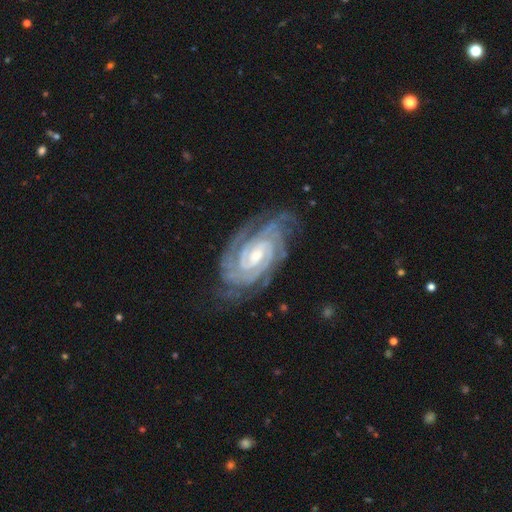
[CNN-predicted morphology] Smooth or featured: featured or disk — 93% (star or artifact — 4%)
Edge-on disk: no — 97% (yes — 3%)
Bar: weak — 46% (no — 30%)
Spiral arms: yes — 99% (no — 1%)
Spiral winding: tight — 82% (medium — 16%)
Spiral arm count: 2 — 33% (3 — 25%)
Bulge size: small — 50% (moderate — 45%)
Merging: none — 74% (minor disturbance — 18%)